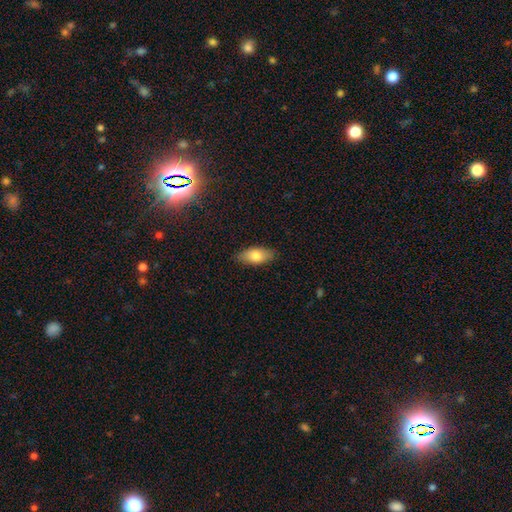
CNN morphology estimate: A smooth galaxy with no disk features (79%) that is in between round and cigar-shaped (86%). Merging: none (84%).